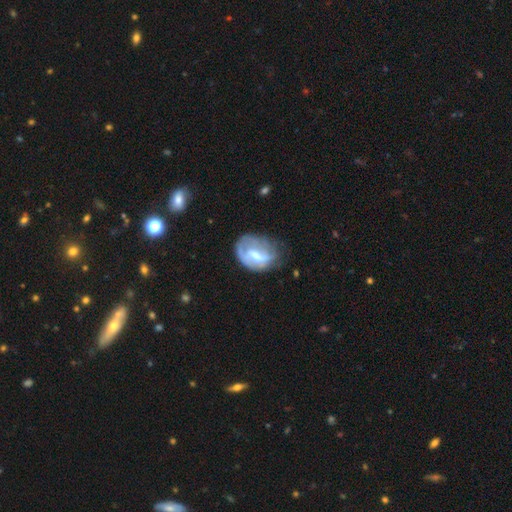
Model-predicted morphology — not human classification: Smooth or featured? featured or disk (58%)
Edge-on disk? no (96%)
Bar? weak (49%)
Spiral arms? yes (56%)
Bulge size? moderate (50%)
Merging? none (45%)